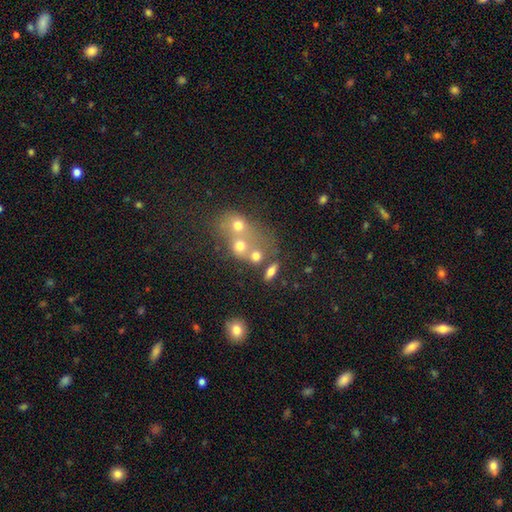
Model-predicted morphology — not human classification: This is likely a smooth galaxy (65%). How rounded: possibly in between (50%). Merging: marginally merger (44%).